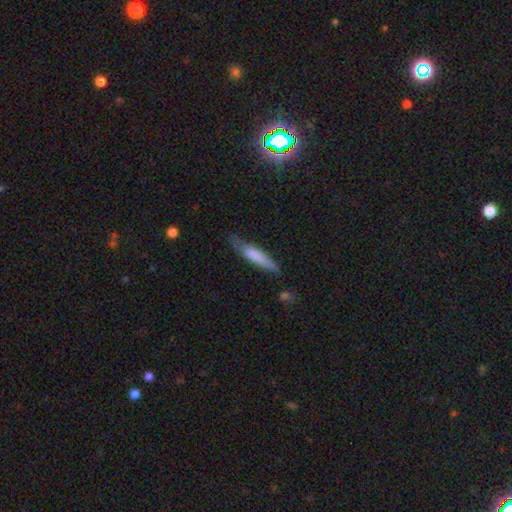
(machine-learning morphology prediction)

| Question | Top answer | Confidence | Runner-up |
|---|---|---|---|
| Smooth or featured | smooth | 69% | featured or disk (25%) |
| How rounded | cigar-shaped | 81% | in between (18%) |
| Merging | none | 61% | minor disturbance (28%) |